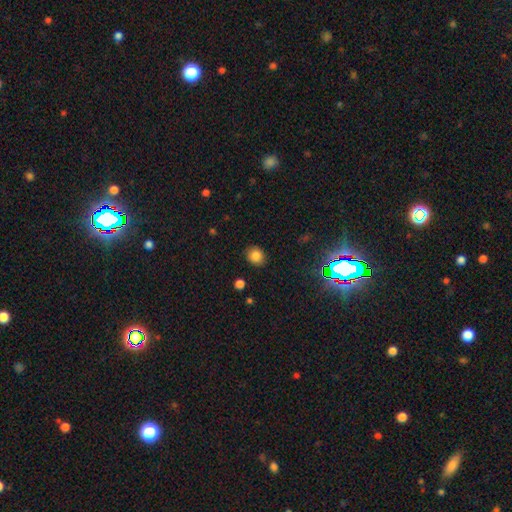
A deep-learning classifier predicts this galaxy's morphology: Smooth or featured: smooth — 82% (star or artifact — 13%)
How rounded: round — 72% (in between — 27%)
Merging: none — 88% (minor disturbance — 8%)